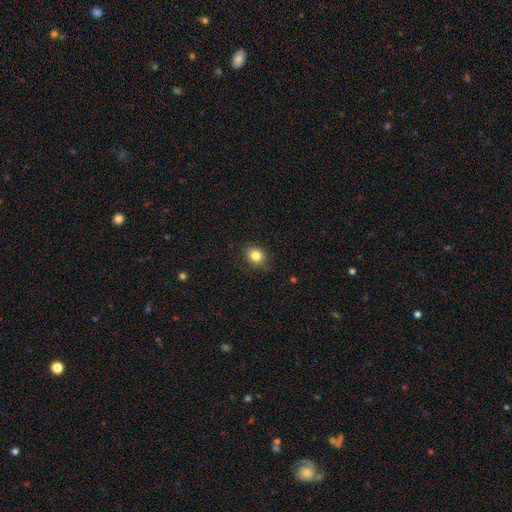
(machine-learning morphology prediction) Smooth or featured: smooth — 82% (star or artifact — 11%)
How rounded: round — 64% (in between — 35%)
Merging: none — 84% (minor disturbance — 12%)